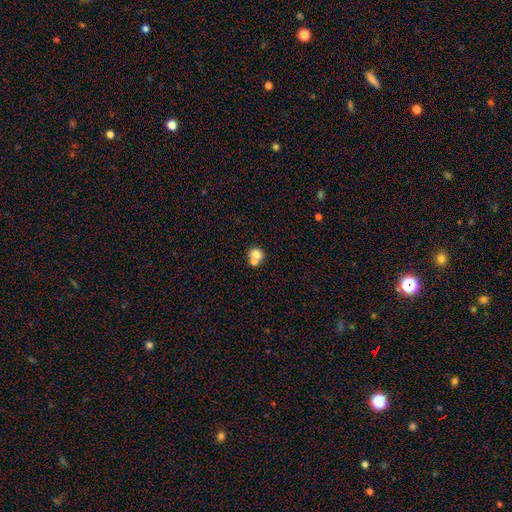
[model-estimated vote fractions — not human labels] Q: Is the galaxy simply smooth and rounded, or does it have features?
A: smooth — 73%.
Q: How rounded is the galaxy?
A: round — 62%.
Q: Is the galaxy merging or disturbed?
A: merger — 54%.